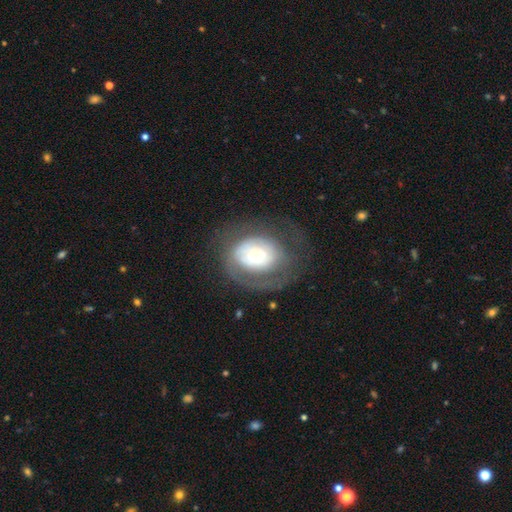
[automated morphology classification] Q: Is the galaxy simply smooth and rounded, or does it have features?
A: featured or disk — 58%.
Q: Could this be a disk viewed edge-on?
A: no — 96%.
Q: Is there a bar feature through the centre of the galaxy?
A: no — 77%.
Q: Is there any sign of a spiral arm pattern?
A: yes — 63%.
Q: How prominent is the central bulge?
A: small — 50%.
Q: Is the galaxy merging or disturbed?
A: none — 48%.